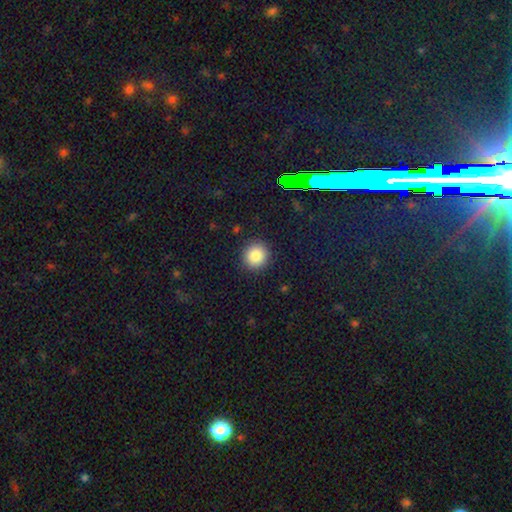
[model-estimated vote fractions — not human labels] smooth-or-featured: smooth: 86% | star or artifact: 10% | featured or disk: 4%
  how-rounded: round: 92% | in between: 7% | cigar-shaped: 1%
  merging: none: 90% | minor disturbance: 6% | major disturbance: 2% | merger: 1%